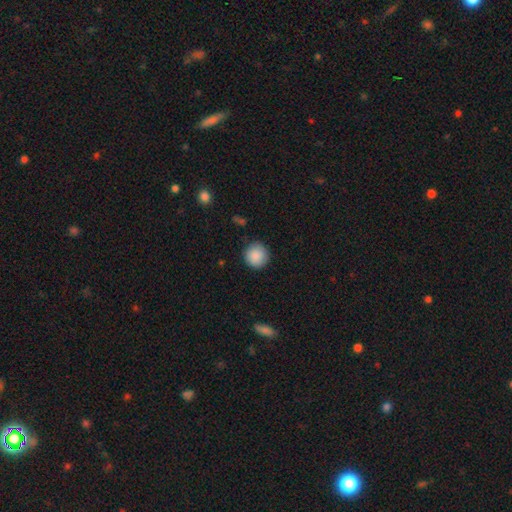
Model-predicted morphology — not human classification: A smooth galaxy with no disk features (89%) that is round (94%). Merging: none (88%).